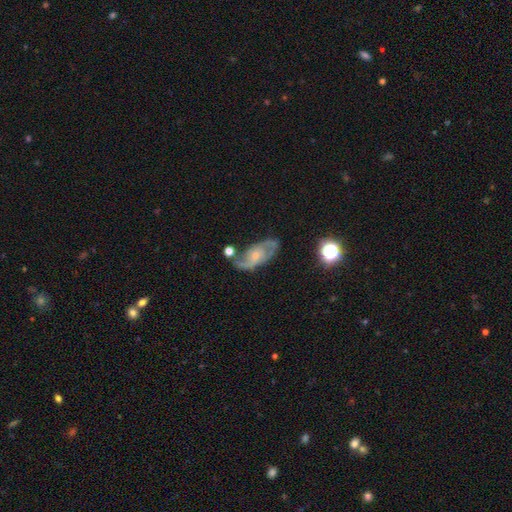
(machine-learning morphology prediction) smooth_or_featured: featured or disk (p=0.78) [alt: smooth p=0.14]
disk_edge_on: no (p=0.94) [alt: yes p=0.06]
bar: no (p=0.60) [alt: weak p=0.33]
has_spiral_arms: yes (p=0.90) [alt: no p=0.10]
spiral_winding: medium (p=0.48) [alt: loose p=0.31]
spiral_arm_count: 2 (p=0.81) [alt: can't tell p=0.09]
bulge_size: small (p=0.58) [alt: moderate p=0.32]
merging: none (p=0.60) [alt: minor disturbance p=0.21]